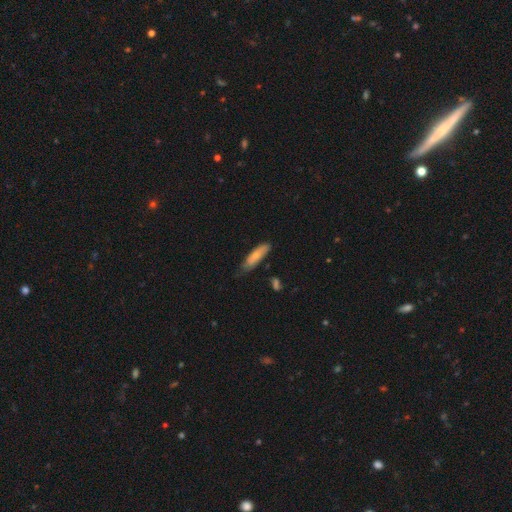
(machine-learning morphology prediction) smooth_or_featured: smooth (p=0.74) [alt: featured or disk p=0.20]
how_rounded: cigar-shaped (p=0.57) [alt: in between p=0.42]
merging: none (p=0.63) [alt: minor disturbance p=0.29]